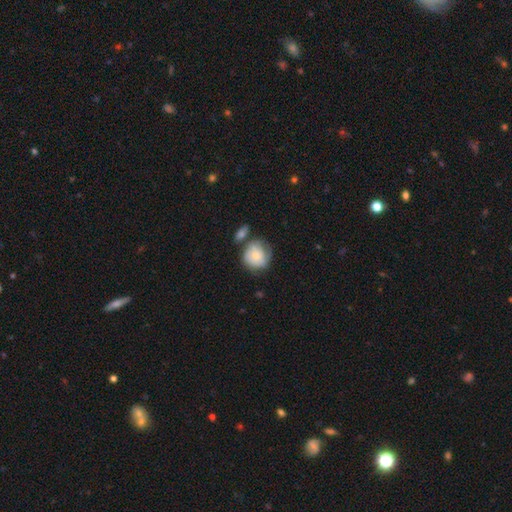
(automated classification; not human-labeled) Smooth or featured: smooth — 72% (featured or disk — 21%)
How rounded: round — 82% (in between — 17%)
Merging: none — 45% (minor disturbance — 25%)